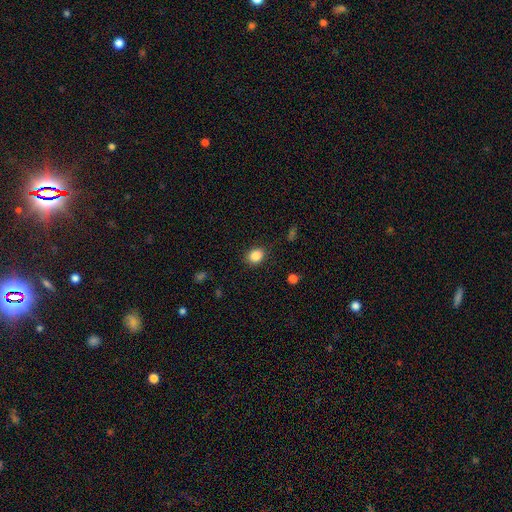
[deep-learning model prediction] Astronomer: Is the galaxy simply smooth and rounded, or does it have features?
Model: smooth — 87%.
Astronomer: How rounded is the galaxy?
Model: round — 55% (runner-up: in between, 44%).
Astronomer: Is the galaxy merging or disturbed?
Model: none — 85%.